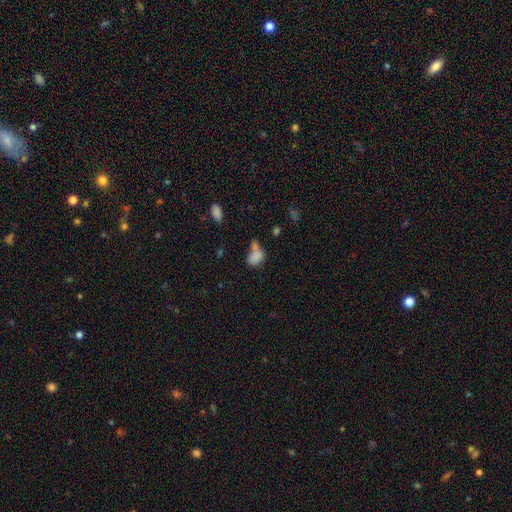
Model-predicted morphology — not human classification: A smooth galaxy with no disk features (80%) that is in between round and cigar-shaped (80%). Merging: merger (43%).